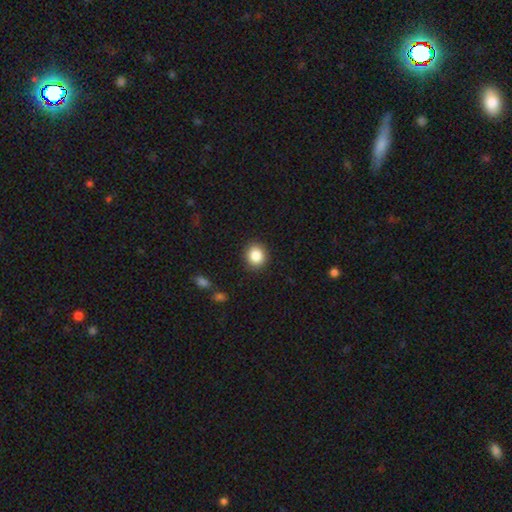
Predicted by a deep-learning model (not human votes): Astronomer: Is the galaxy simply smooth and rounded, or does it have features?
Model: smooth — 86%.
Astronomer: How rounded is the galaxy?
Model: round — 80%.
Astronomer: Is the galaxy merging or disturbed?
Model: none — 90%.